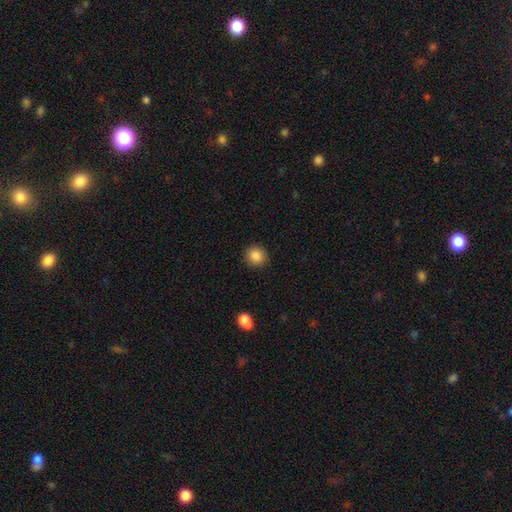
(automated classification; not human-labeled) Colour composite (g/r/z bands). It shows a smooth galaxy with no disk features (87%) that is round (92%). Merging: none (91%).